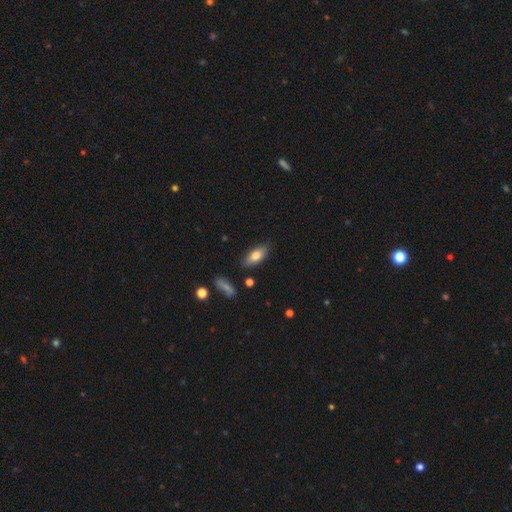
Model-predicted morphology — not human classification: Smooth or featured? smooth (77%)
How rounded? in between (82%)
Merging? none (82%)